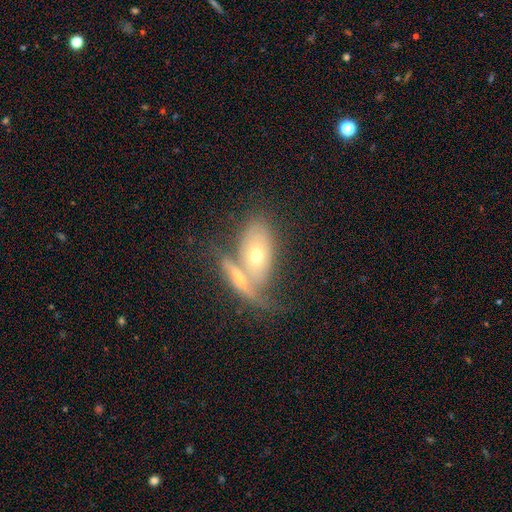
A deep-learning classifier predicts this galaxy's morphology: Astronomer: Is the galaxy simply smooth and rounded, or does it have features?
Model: featured or disk — 51% (runner-up: smooth, 41%).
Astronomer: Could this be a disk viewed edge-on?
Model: no — 72%.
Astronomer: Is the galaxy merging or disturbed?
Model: merger — 52% (runner-up: none, 30%).